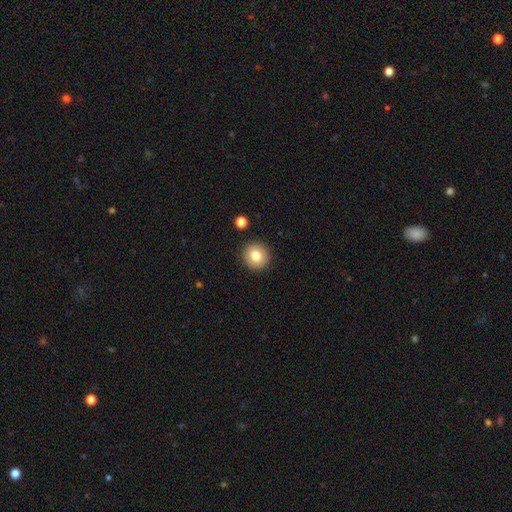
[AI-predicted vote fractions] The model was most divided on "smooth or featured": smooth: 80%, featured or disk: 11%, star or artifact: 9%. More confident: how rounded — round (92%); merging — none (91%).